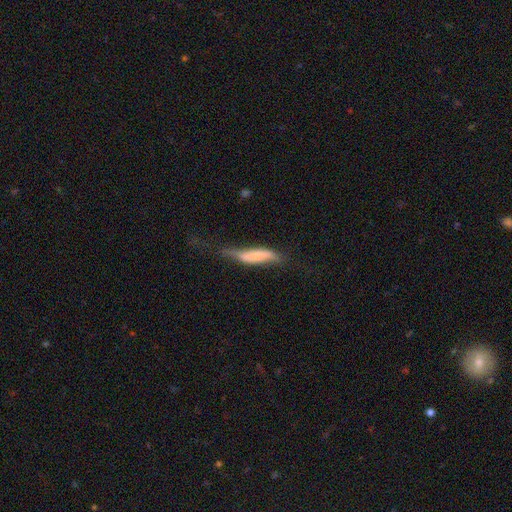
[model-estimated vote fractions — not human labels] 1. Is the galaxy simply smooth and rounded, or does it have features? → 55% smooth, 38% featured or disk, 7% star or artifact.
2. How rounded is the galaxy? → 73% cigar-shaped, 24% in between, 2% round.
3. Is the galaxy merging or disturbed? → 35% minor disturbance, 32% none, 28% major disturbance, 5% merger.